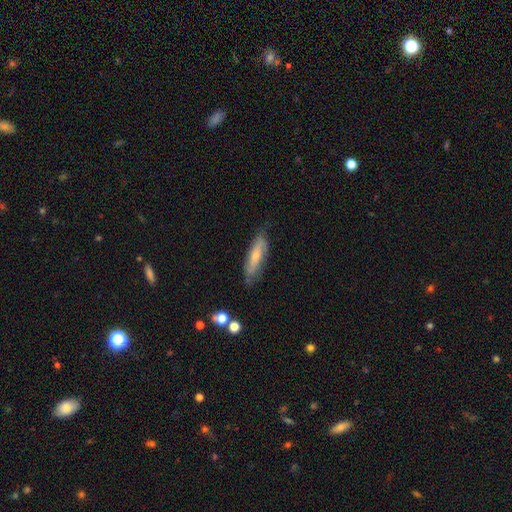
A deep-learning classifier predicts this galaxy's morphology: This is possibly a smooth galaxy (53%). How rounded: likely cigar-shaped (60%). Merging: likely none (70%).